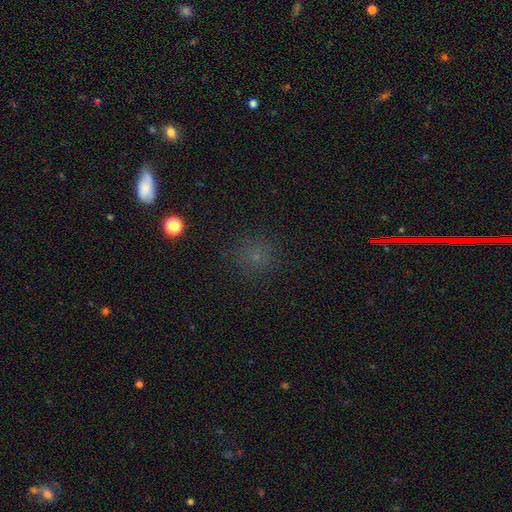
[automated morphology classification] A smooth galaxy with no disk features (60%) that is round (90%). Merging: none (84%).